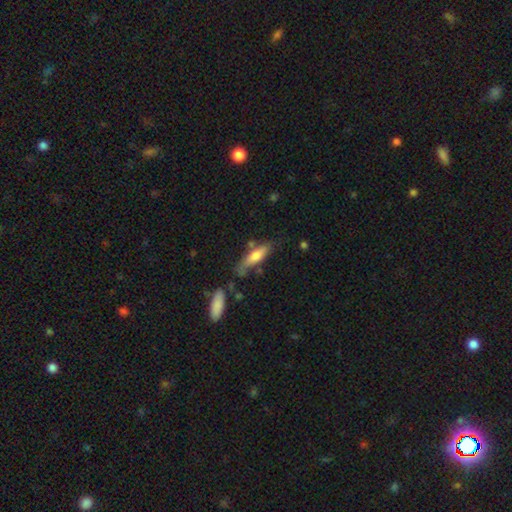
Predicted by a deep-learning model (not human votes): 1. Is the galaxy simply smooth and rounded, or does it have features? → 64% smooth, 30% featured or disk, 6% star or artifact.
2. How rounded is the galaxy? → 63% cigar-shaped, 35% in between, 2% round.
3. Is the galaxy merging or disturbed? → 59% none, 24% minor disturbance, 10% merger, 8% major disturbance.